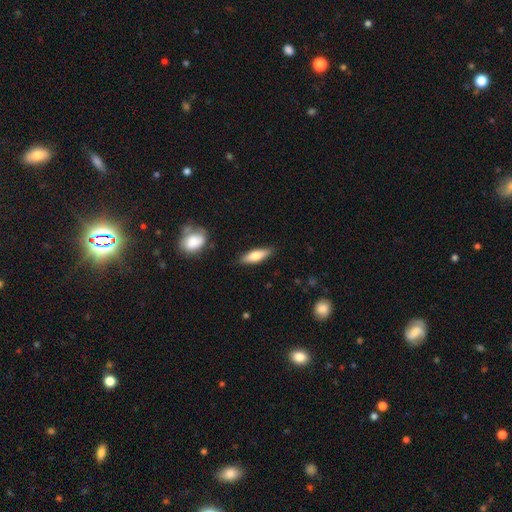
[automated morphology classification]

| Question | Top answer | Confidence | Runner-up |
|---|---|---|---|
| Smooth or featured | smooth | 67% | featured or disk (26%) |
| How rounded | in between | 52% | cigar-shaped (45%) |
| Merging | none | 84% | minor disturbance (12%) |